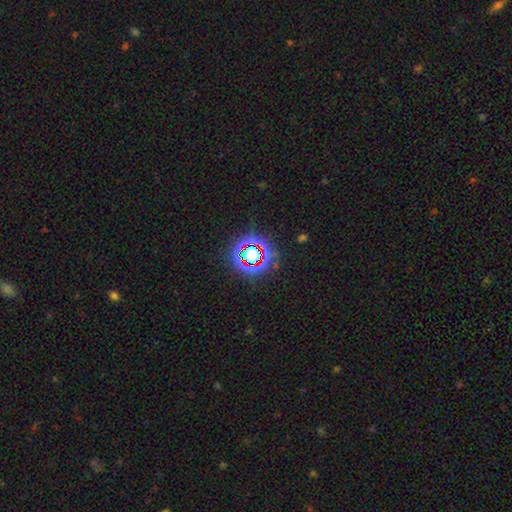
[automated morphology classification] Q: Smooth or featured?
A: star or artifact (77%); runner-up: smooth (14%)